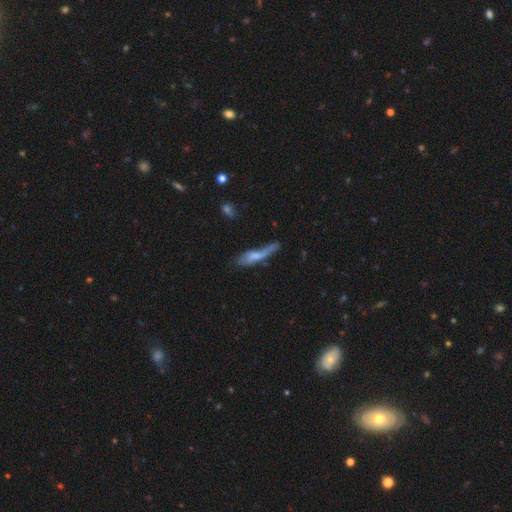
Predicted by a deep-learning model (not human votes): Smooth or featured? Predicted: smooth (p=0.62). How rounded? Predicted: cigar-shaped (p=0.75). Merging? Predicted: none (p=0.37).